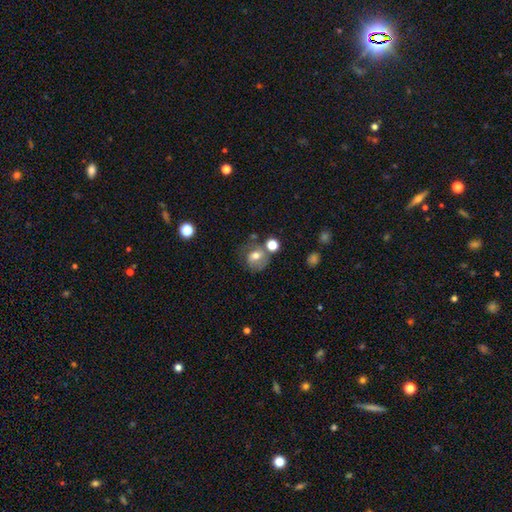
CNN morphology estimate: Q: Smooth or featured?
A: smooth (59%); runner-up: featured or disk (29%)
Q: How rounded?
A: round (71%); runner-up: in between (28%)
Q: Merging?
A: none (53%); runner-up: minor disturbance (20%)